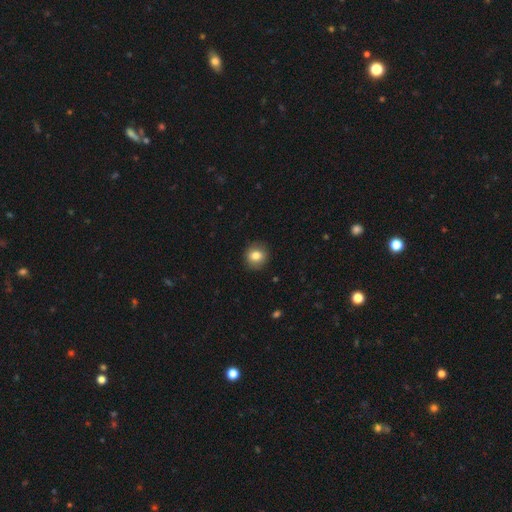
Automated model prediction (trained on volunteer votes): Morphology: type=smooth (82%); roundness=round (83%); merging=none (88%).